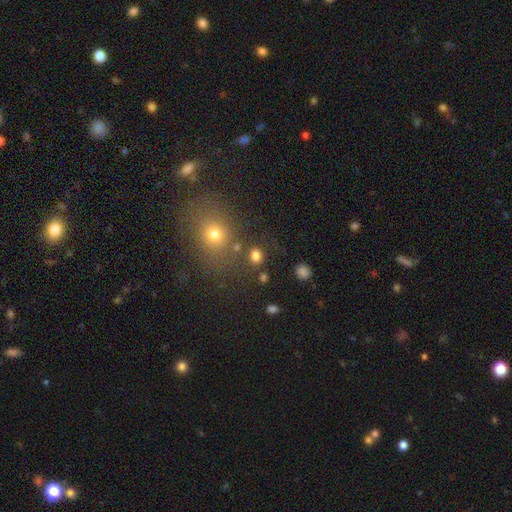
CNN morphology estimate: Smooth or featured? Predicted: smooth (p=0.79). How rounded? Predicted: round (p=0.71). Merging? Predicted: none (p=0.78).